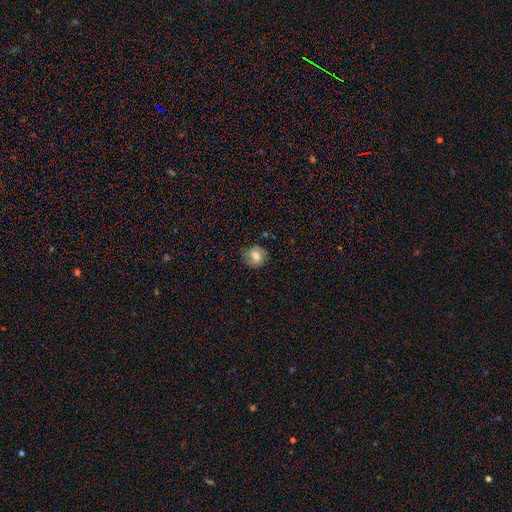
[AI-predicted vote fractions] smooth 67%, featured or disk 23%, star or artifact 10%. Down the decision tree: how rounded — round (81%); merging — none (78%).